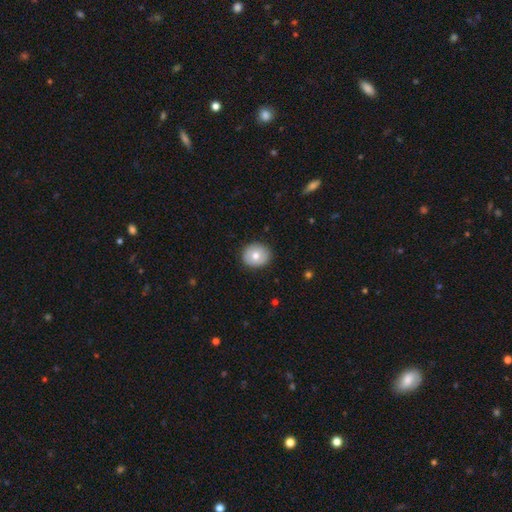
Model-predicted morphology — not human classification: Smooth or featured? Predicted: smooth (p=0.70). How rounded? Predicted: round (p=0.77). Merging? Predicted: none (p=0.86).